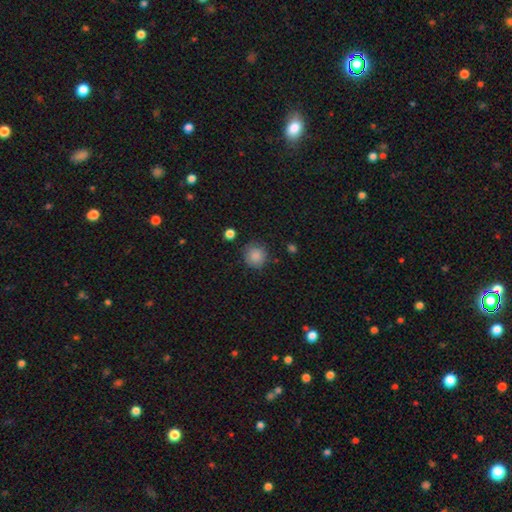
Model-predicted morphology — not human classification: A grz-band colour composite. It shows a smooth galaxy with no disk features (87%) that is round (90%). Merging: none (83%).